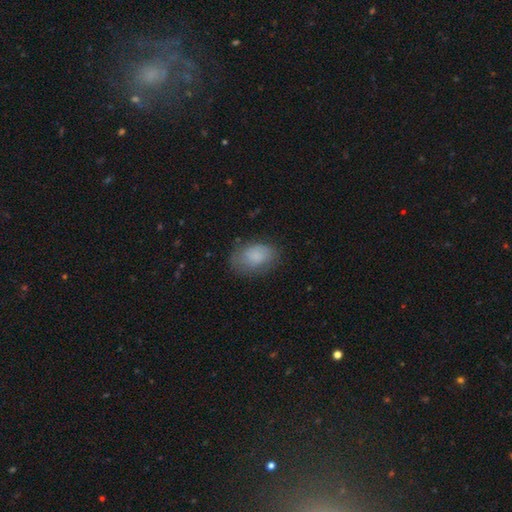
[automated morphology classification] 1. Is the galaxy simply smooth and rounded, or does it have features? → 75% smooth, 17% featured or disk, 8% star or artifact.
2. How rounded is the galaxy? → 83% in between, 16% round, 1% cigar-shaped.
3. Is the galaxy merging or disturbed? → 69% none, 22% minor disturbance, 8% major disturbance, 1% merger.